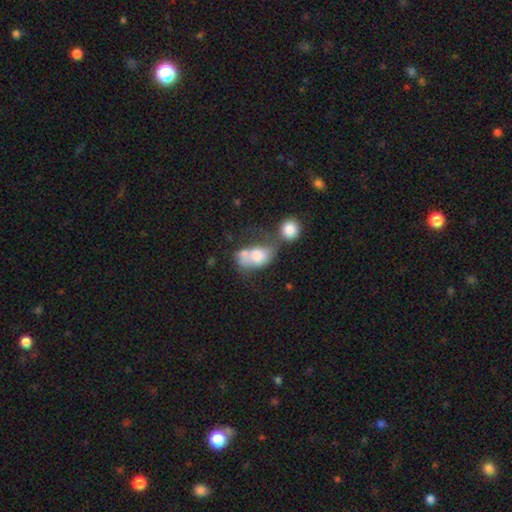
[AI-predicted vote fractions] Smooth or featured? Predicted: smooth (p=0.63). How rounded? Predicted: in between (p=0.81). Merging? Predicted: merger (p=0.51).